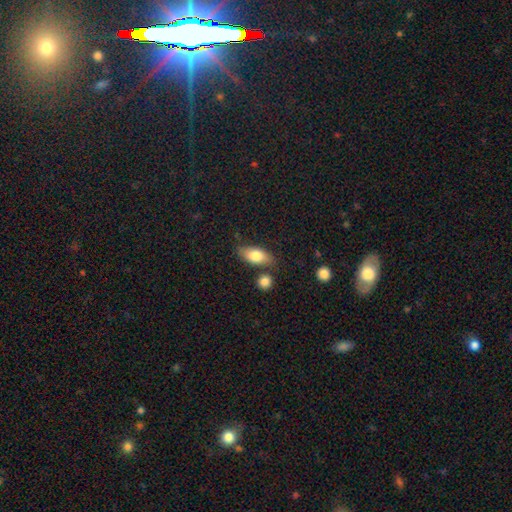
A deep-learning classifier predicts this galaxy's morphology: Q: Smooth or featured?
A: smooth (77%); runner-up: featured or disk (16%)
Q: How rounded?
A: in between (84%); runner-up: cigar-shaped (11%)
Q: Merging?
A: none (73%); runner-up: minor disturbance (15%)